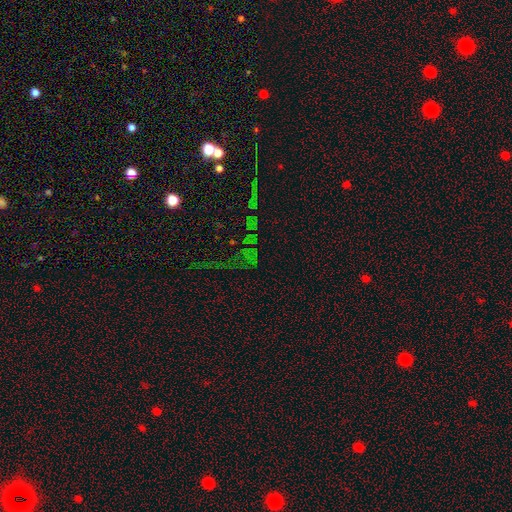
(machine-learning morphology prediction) This appears to be a star or artifact, not a galaxy (76%).